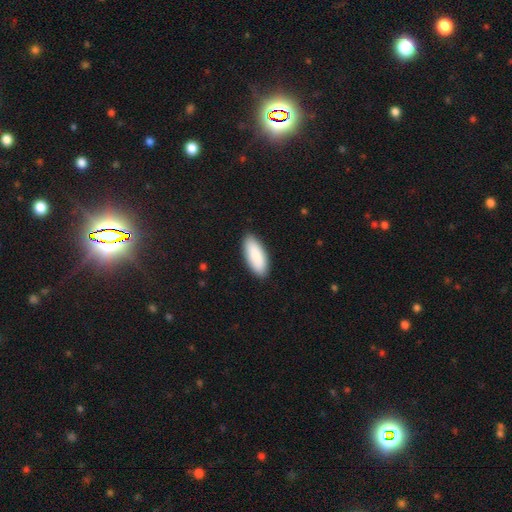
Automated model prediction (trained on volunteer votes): Smooth or featured? Predicted: smooth (p=0.90). How rounded? Predicted: in between (p=0.79). Merging? Predicted: none (p=0.89).